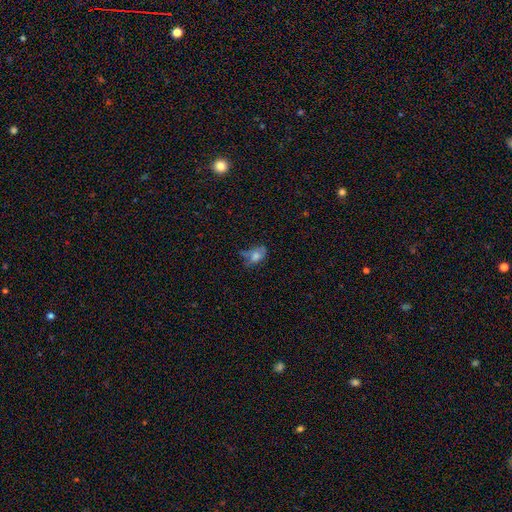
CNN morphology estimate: Overall: smooth (62%; featured or disk 23%). How rounded: in between (83%). Merging: none (39%; minor disturbance 31%).